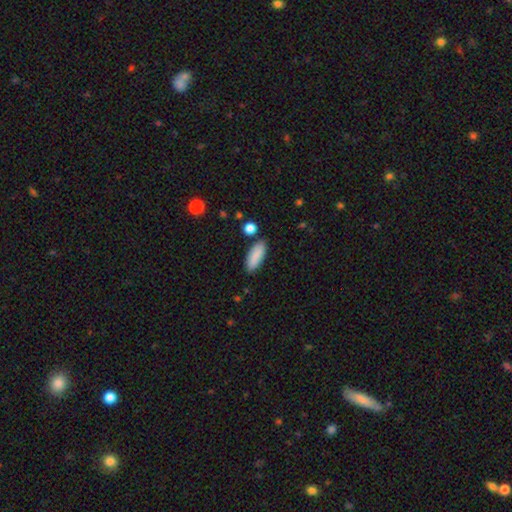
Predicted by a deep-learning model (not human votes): Smooth or featured? smooth (88%)
How rounded? in between (71%)
Merging? none (83%)